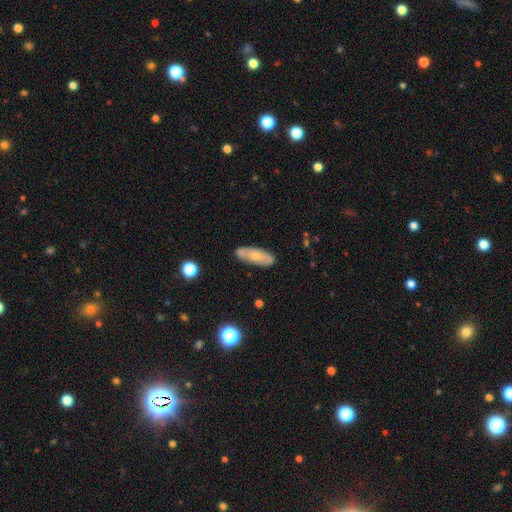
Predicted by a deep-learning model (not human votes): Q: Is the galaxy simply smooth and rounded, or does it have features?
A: smooth — 55%.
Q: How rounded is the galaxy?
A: in between — 65%.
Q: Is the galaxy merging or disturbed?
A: none — 80%.